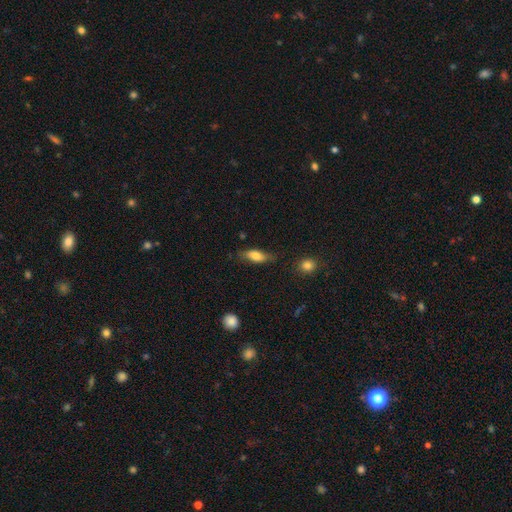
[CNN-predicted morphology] smooth 72%, featured or disk 21%, star or artifact 7%. Down the decision tree: how rounded — in between (73%); merging — none (70%).